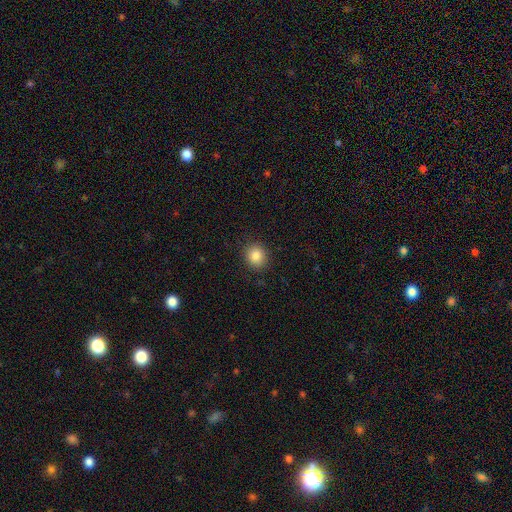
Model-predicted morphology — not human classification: Smooth or featured: smooth — 85% (star or artifact — 10%)
How rounded: round — 82% (in between — 17%)
Merging: none — 89% (minor disturbance — 7%)